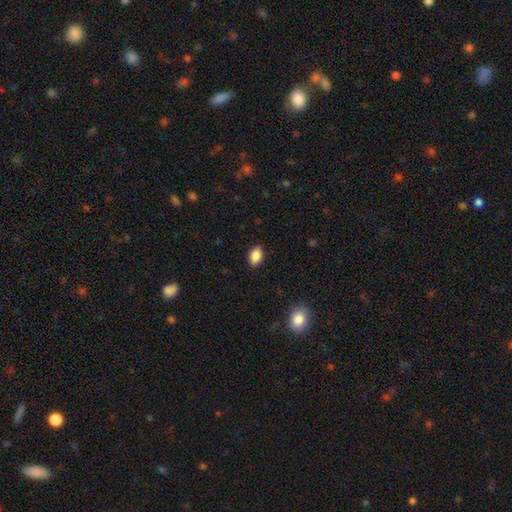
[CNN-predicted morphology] smooth_or_featured: smooth (p=0.88) [alt: star or artifact p=0.08]
how_rounded: in between (p=0.87) [alt: round p=0.11]
merging: none (p=0.88) [alt: minor disturbance p=0.09]